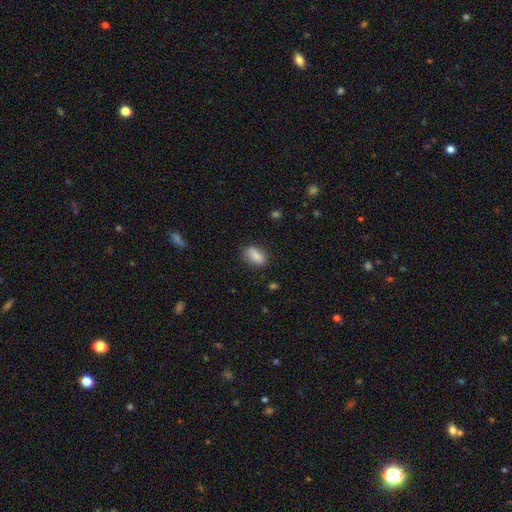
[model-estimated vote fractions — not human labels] smooth-or-featured: smooth: 85% | featured or disk: 8% | star or artifact: 7%
  how-rounded: in between: 85% | cigar-shaped: 8% | round: 7%
  merging: none: 83% | minor disturbance: 12% | major disturbance: 3% | merger: 1%